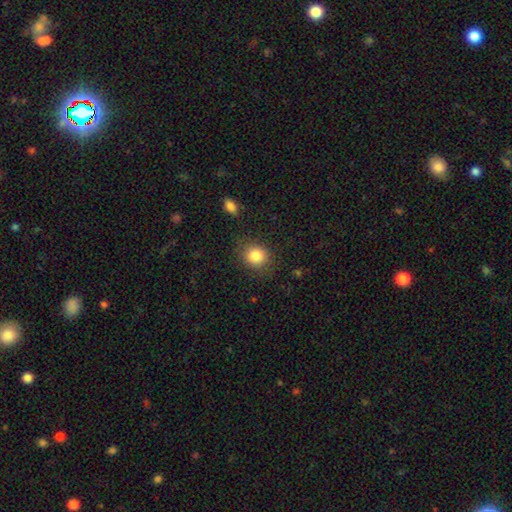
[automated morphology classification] A smooth galaxy with no disk features (84%) that is round (75%). Merging: none (83%).